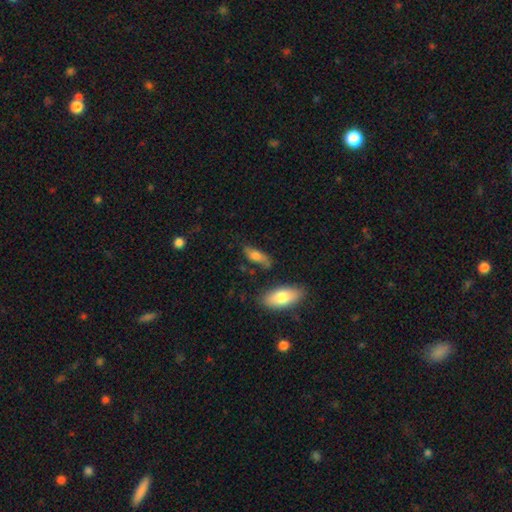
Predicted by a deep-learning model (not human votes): Smooth or featured?
  - smooth: 68% *
  - featured or disk: 24%
  - star or artifact: 8%
How rounded?
  - in between: 62% *
  - cigar-shaped: 33%
  - round: 4%
Merging?
  - none: 63% *
  - minor disturbance: 23%
  - major disturbance: 7%
  - merger: 7%